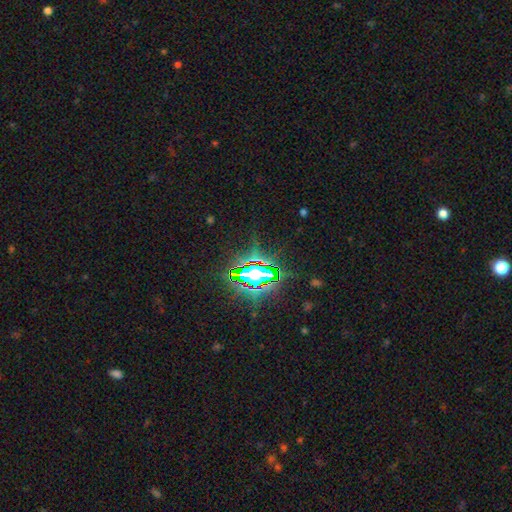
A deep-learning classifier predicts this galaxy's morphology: This appears to be a star or artifact, not a galaxy (80%).